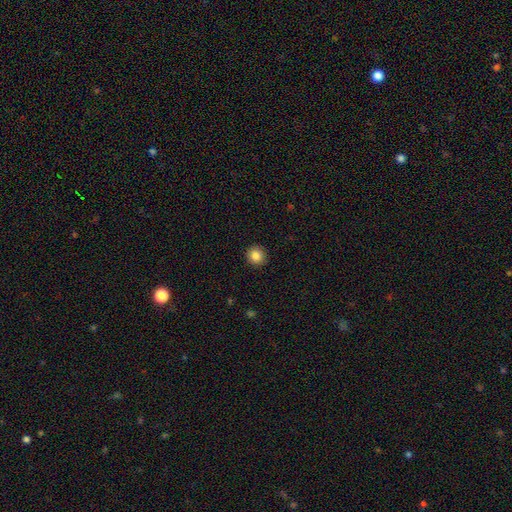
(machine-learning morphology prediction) A smooth galaxy with no disk features (84%) that is round (93%).

Vote fractions:
- Smooth or featured? smooth: 84% / star or artifact: 10% / featured or disk: 6%
- How rounded? round: 93% / in between: 6% / cigar-shaped: 1%
- Merging? none: 93% / minor disturbance: 5% / major disturbance: 2% / merger: 1%